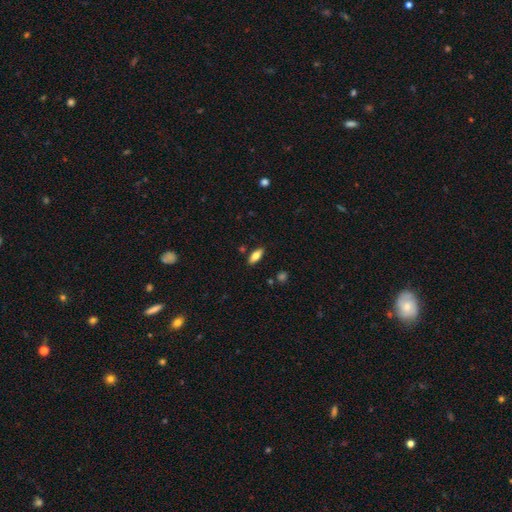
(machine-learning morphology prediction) A smooth galaxy with no disk features (71%) that is in between round and cigar-shaped (78%).

Vote fractions:
- Smooth or featured? smooth: 71% / featured or disk: 22% / star or artifact: 7%
- How rounded? in between: 78% / cigar-shaped: 19% / round: 2%
- Merging? none: 86% / minor disturbance: 9% / merger: 2% / major disturbance: 2%